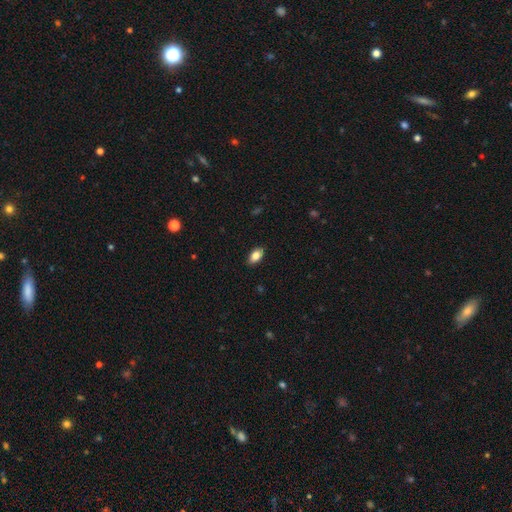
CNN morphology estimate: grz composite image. It shows a smooth galaxy with no disk features (82%) that is in between round and cigar-shaped (91%). Merging: none (89%).